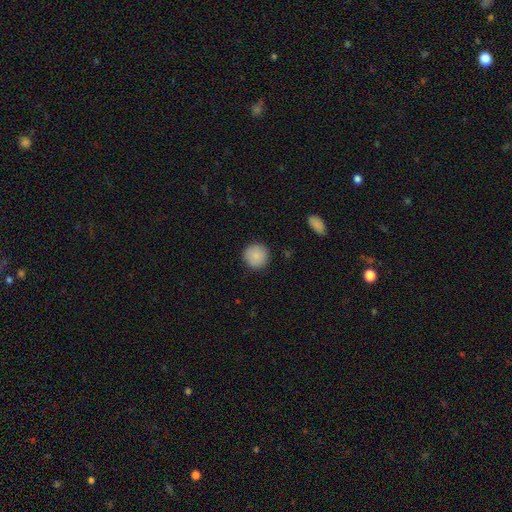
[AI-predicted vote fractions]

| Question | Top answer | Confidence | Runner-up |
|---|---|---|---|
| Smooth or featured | smooth | 88% | star or artifact (7%) |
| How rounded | round | 94% | in between (5%) |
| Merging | none | 90% | minor disturbance (7%) |